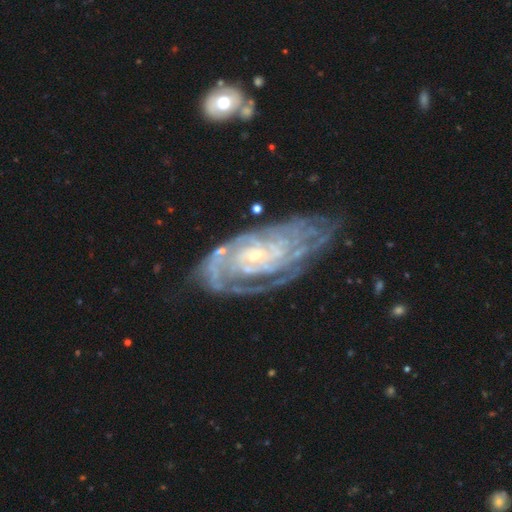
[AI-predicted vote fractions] This appears to be a featured or disk galaxy (90%) with no bar (64%), tight (75%) spiral arms (97%) and a small central bulge (79%). Merging: none (65%).